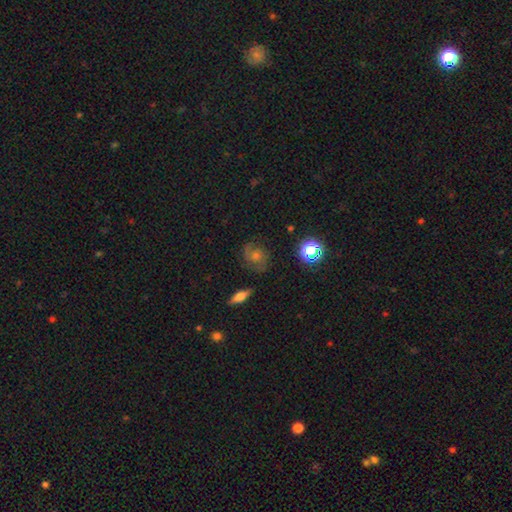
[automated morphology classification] smooth-or-featured: featured or disk: 53% | smooth: 25% | star or artifact: 21%
  disk-edge-on: no: 94% | yes: 6%
    bar: no: 74% | weak: 22% | strong: 4%
    has-spiral-arms: yes: 87% | no: 13%
    bulge-size: moderate: 46% | small: 41% | large: 6% | none: 5% | dominant: 2%
  merging: none: 73% | minor disturbance: 17% | major disturbance: 8% | merger: 2%